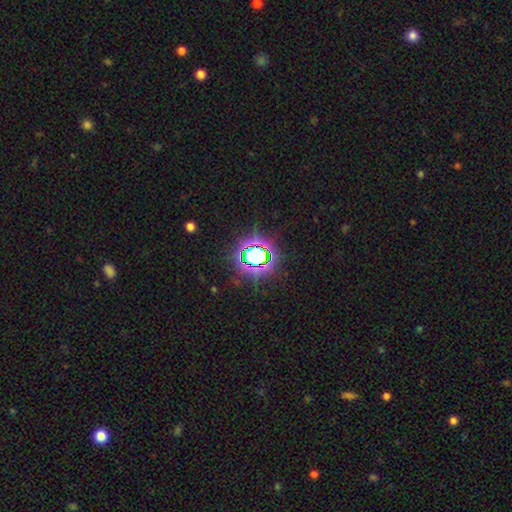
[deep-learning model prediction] Q: Smooth or featured?
A: star or artifact (72%); runner-up: smooth (17%)